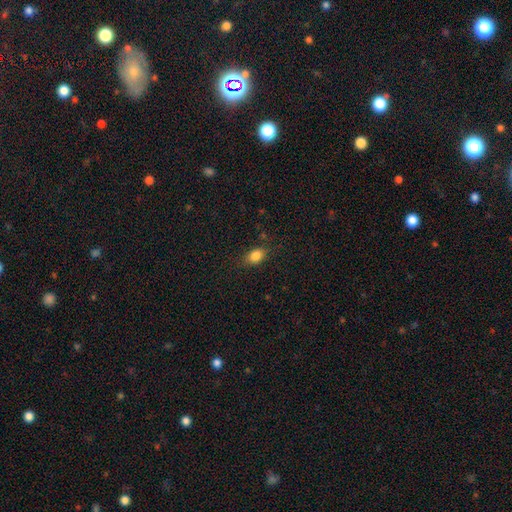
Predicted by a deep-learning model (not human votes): A smooth galaxy with no disk features (84%) that is in between round and cigar-shaped (76%). Merging: none (79%).